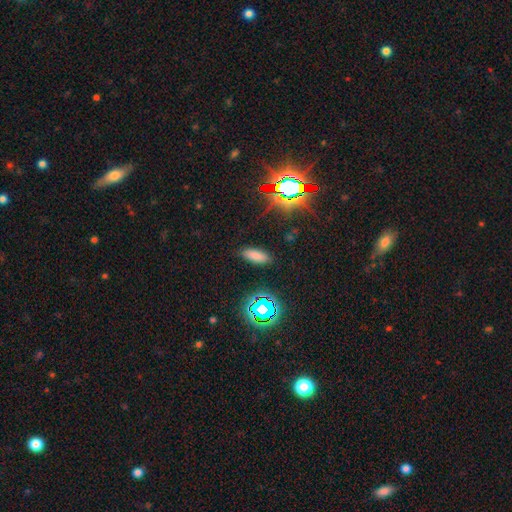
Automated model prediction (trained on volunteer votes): Overall: smooth (72%). How rounded: in between (74%). Merging: none (88%).